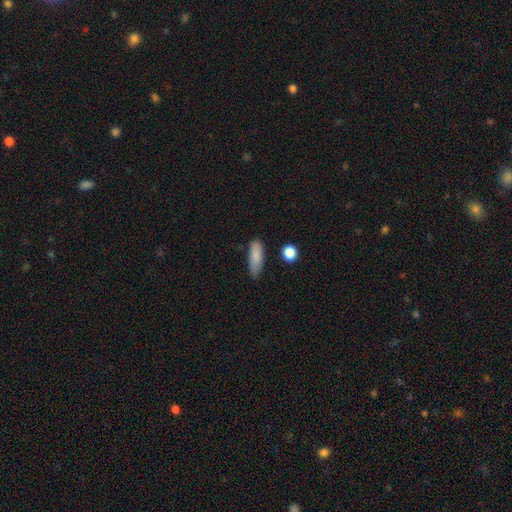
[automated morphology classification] type=smooth (85%); roundness=in between (59%); merging=none (71%).